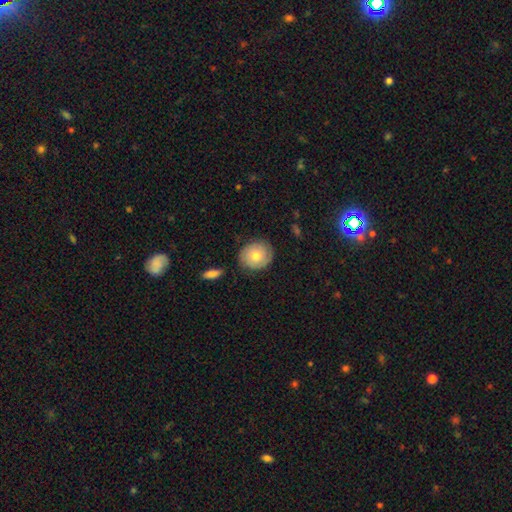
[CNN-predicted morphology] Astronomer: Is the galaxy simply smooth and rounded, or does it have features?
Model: smooth — 63%.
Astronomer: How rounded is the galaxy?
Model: round — 78%.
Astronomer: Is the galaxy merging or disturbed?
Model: none — 80%.